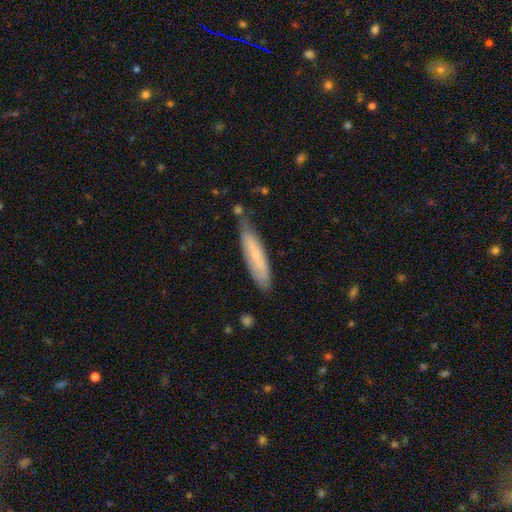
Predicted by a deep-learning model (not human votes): Smooth or featured?
  - smooth: 57% *
  - featured or disk: 37%
  - star or artifact: 6%
How rounded?
  - cigar-shaped: 79% *
  - in between: 19%
  - round: 1%
Merging?
  - none: 69% *
  - minor disturbance: 23%
  - major disturbance: 4%
  - merger: 4%